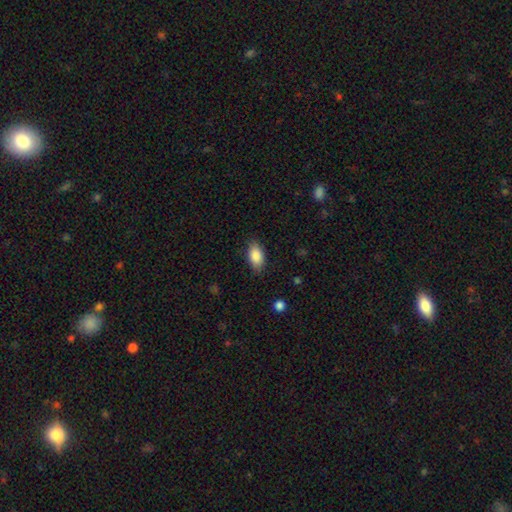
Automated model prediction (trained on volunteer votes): This is clearly a smooth galaxy (88%). How rounded: clearly in between (92%). Merging: clearly none (84%).